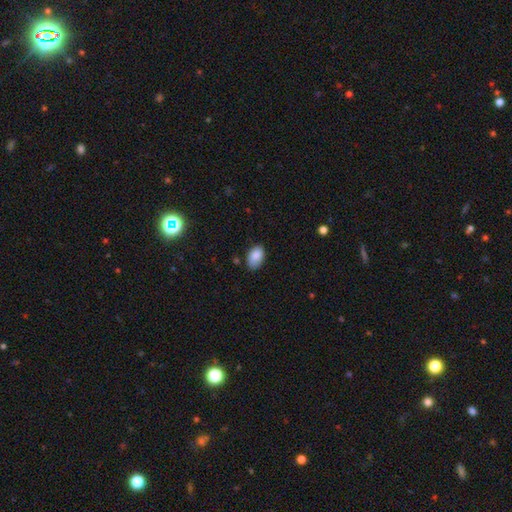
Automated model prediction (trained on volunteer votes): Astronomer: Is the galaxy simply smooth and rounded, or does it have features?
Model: smooth — 88%.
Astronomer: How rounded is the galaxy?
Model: in between — 91%.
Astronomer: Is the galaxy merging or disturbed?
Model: none — 75%.